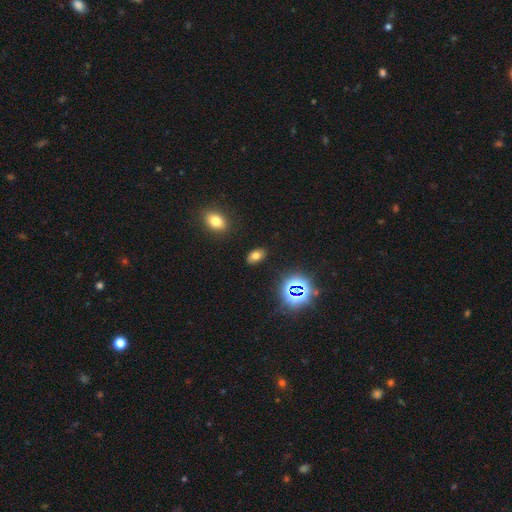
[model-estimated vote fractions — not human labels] This is likely a smooth galaxy (66%). How rounded: clearly in between (88%). Merging: clearly none (87%).